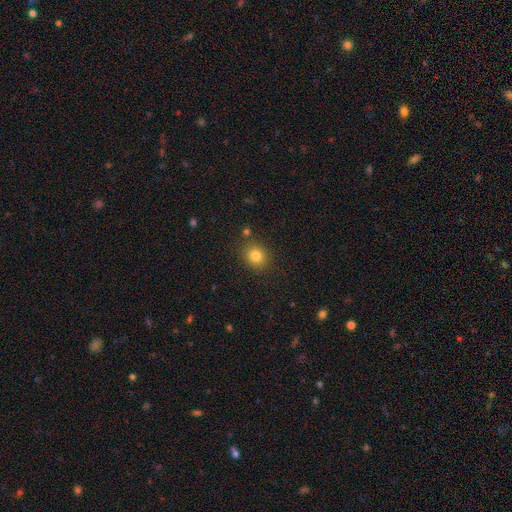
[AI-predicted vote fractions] Overall: smooth (81%). How rounded: round (70%). Merging: none (83%).